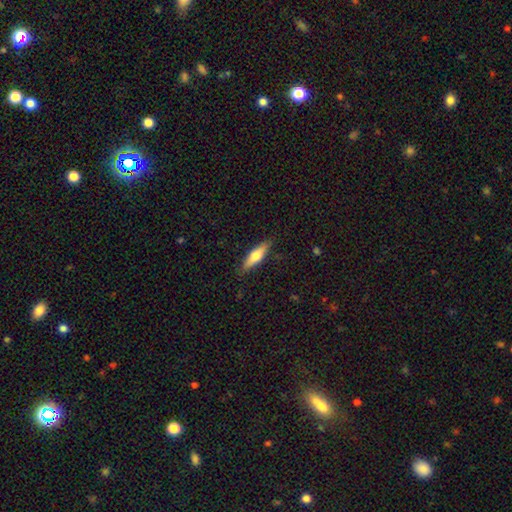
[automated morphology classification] Smooth or featured: smooth — 54% (featured or disk — 40%)
How rounded: cigar-shaped — 65% (in between — 33%)
Merging: none — 86% (minor disturbance — 11%)